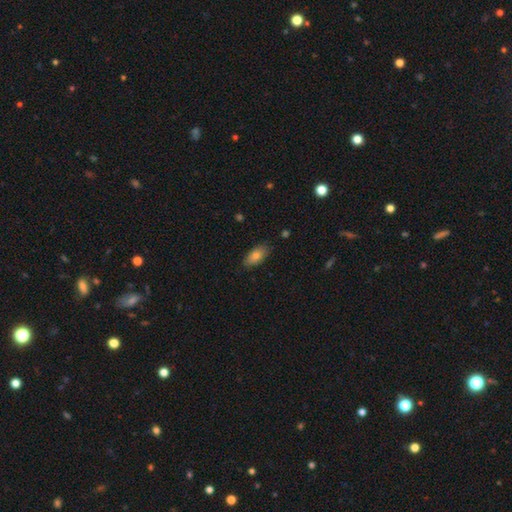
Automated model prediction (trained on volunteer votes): The model was most divided on "smooth or featured": smooth: 79%, featured or disk: 13%, star or artifact: 8%. More confident: how rounded — in between (87%); merging — none (84%).